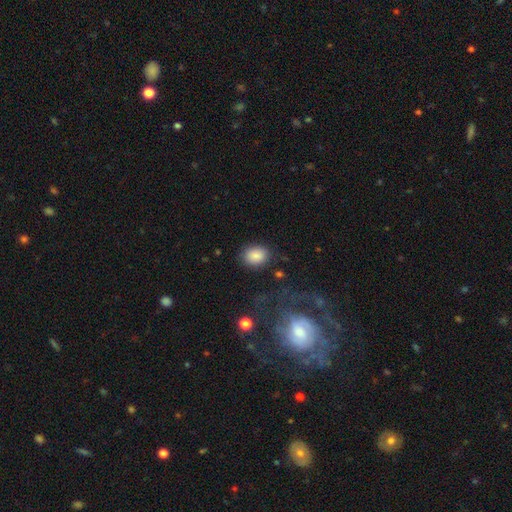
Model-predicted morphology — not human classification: Overall: smooth (85%). How rounded: in between (62%; round 37%). Merging: none (83%).